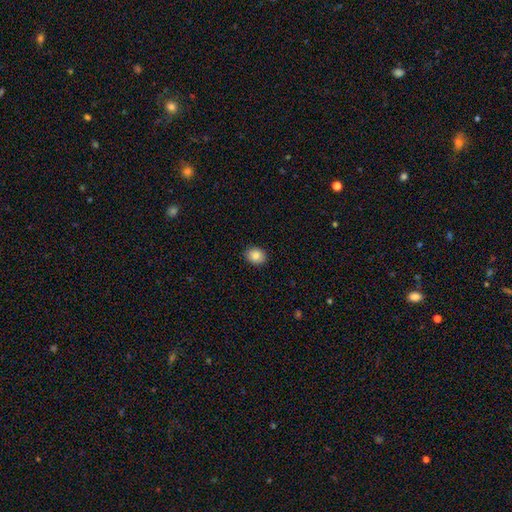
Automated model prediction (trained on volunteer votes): Overall: smooth (86%). How rounded: round (51%; in between 49%). Merging: none (90%).